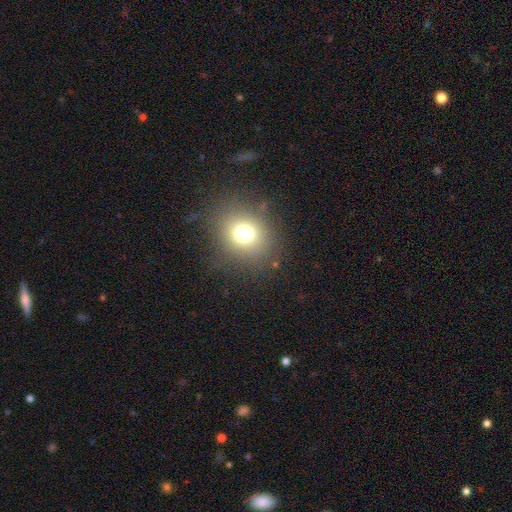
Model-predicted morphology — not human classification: Q: Smooth or featured?
A: smooth (70%); runner-up: star or artifact (22%)
Q: How rounded?
A: round (73%); runner-up: in between (26%)
Q: Merging?
A: none (88%); runner-up: minor disturbance (8%)